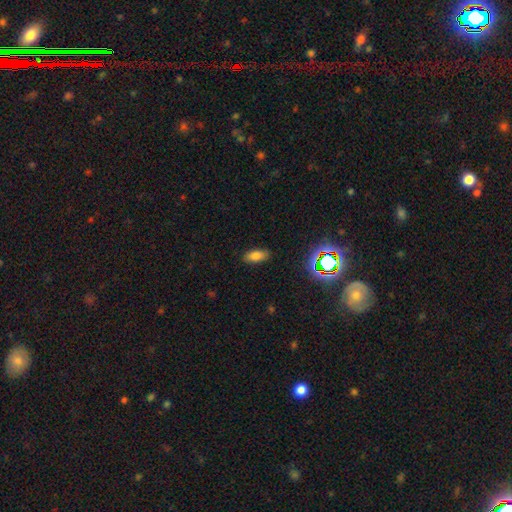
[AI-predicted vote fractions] Q: Smooth or featured?
A: smooth (78%); runner-up: star or artifact (14%)
Q: How rounded?
A: in between (85%); runner-up: cigar-shaped (12%)
Q: Merging?
A: none (86%); runner-up: minor disturbance (10%)